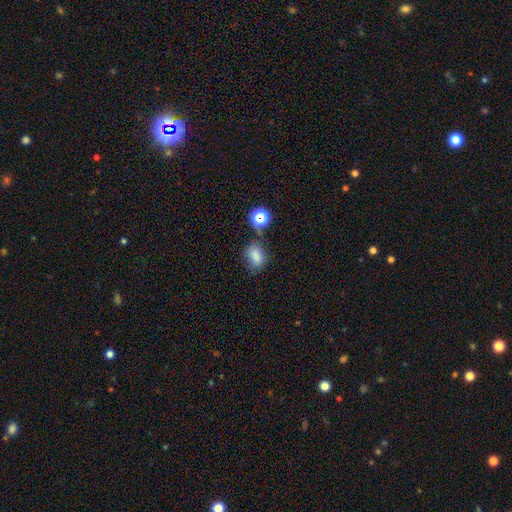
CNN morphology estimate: smooth_or_featured: smooth (p=0.79) [alt: star or artifact p=0.14]
how_rounded: in between (p=0.66) [alt: round p=0.33]
merging: none (p=0.62) [alt: minor disturbance p=0.22]